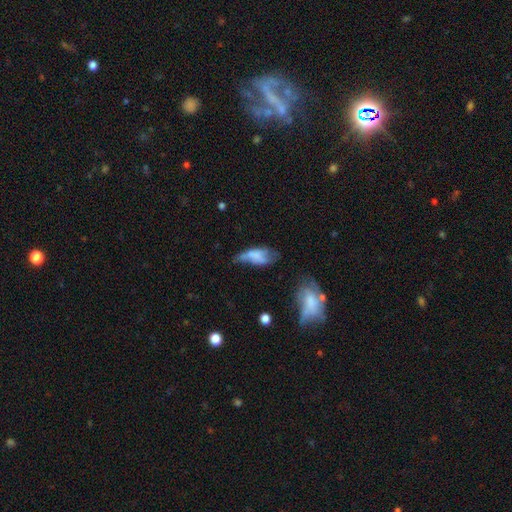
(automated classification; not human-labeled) Smooth or featured?
  - smooth: 57% *
  - featured or disk: 33%
  - star or artifact: 10%
How rounded?
  - in between: 80% *
  - cigar-shaped: 16%
  - round: 3%
Merging?
  - minor disturbance: 31% * (tied)
  - major disturbance: 31% * (tied)
  - none: 26%
  - merger: 12%